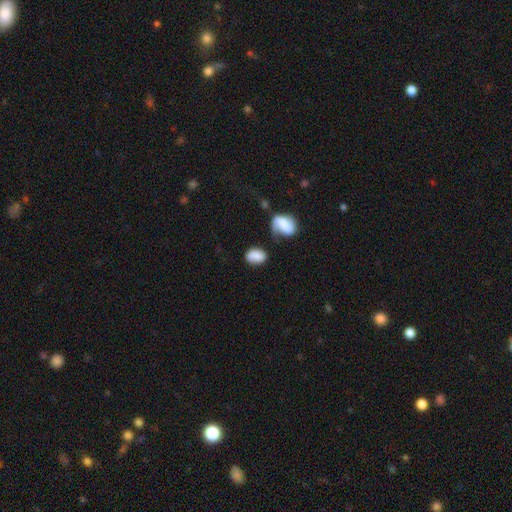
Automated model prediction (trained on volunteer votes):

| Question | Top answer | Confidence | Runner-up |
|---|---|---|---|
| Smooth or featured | smooth | 79% | featured or disk (12%) |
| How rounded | in between | 79% | round (19%) |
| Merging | none | 50% | minor disturbance (23%) |